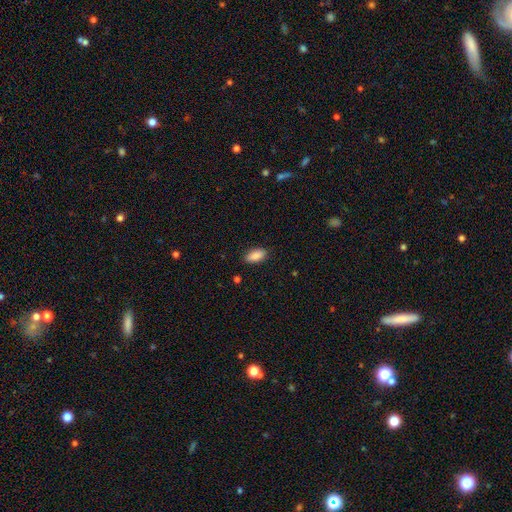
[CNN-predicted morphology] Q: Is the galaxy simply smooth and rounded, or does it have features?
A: smooth — 88%.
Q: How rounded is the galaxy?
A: in between — 91%.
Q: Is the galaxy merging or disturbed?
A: none — 87%.